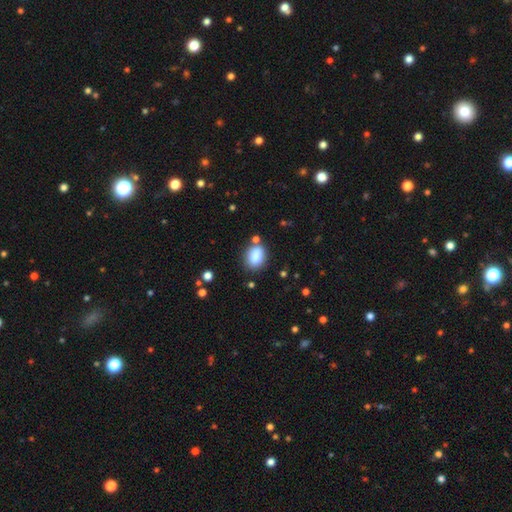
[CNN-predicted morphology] The model was most divided on "how rounded": in between: 73%, round: 25%, cigar-shaped: 1%. More confident: smooth or featured — smooth (86%); merging — none (74%).